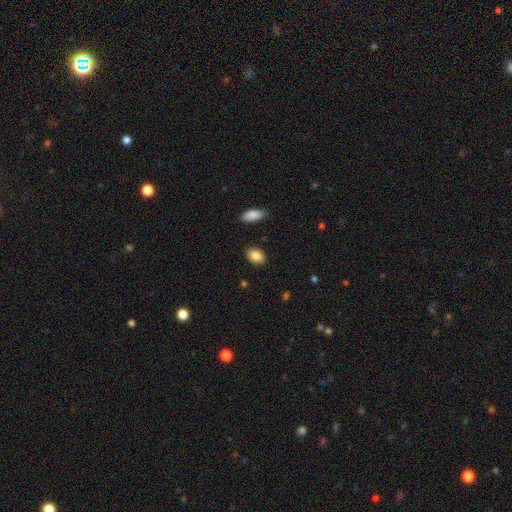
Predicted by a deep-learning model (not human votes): This is clearly a smooth galaxy (87%). How rounded: clearly in between (82%). Merging: clearly none (88%).